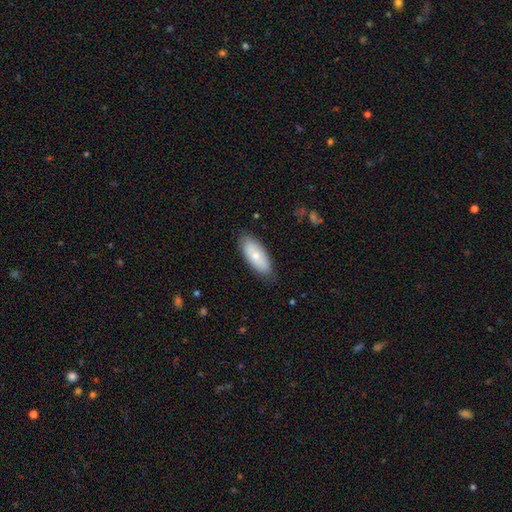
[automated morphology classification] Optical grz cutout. It shows a smooth galaxy with no disk features (67%) that is in between round and cigar-shaped (84%). Merging: none (82%).